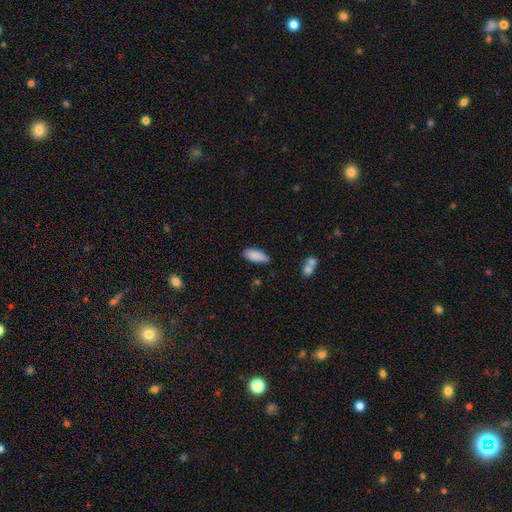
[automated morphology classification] Smooth or featured? smooth (88%)
How rounded? in between (78%)
Merging? none (80%)